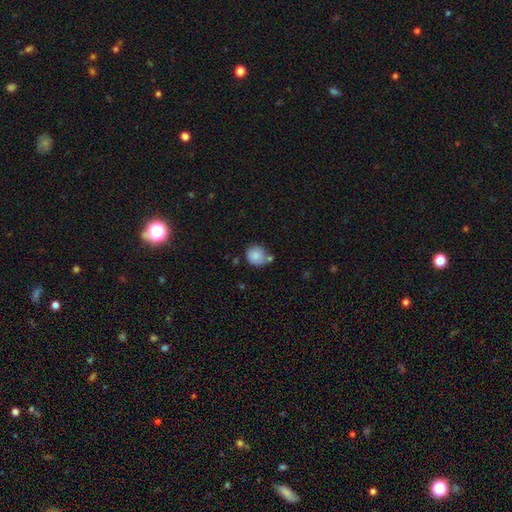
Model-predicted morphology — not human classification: Smooth or featured?
  - smooth: 84% *
  - star or artifact: 8%
  - featured or disk: 8%
How rounded?
  - round: 84% *
  - in between: 15%
  - cigar-shaped: 1%
Merging?
  - none: 54% *
  - minor disturbance: 22%
  - merger: 18%
  - major disturbance: 6%